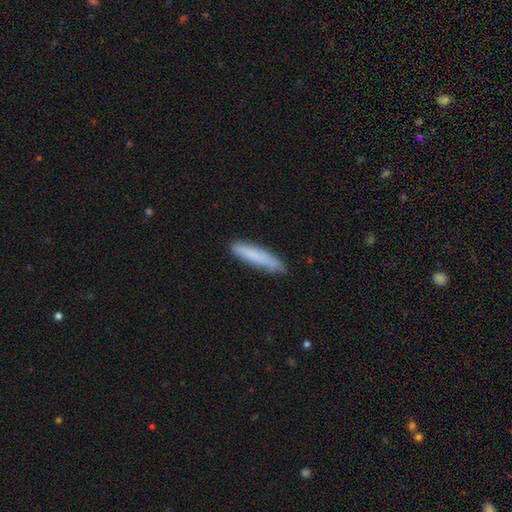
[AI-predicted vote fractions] Morphology: type=smooth (81%); roundness=cigar-shaped (88%); merging=none (83%).